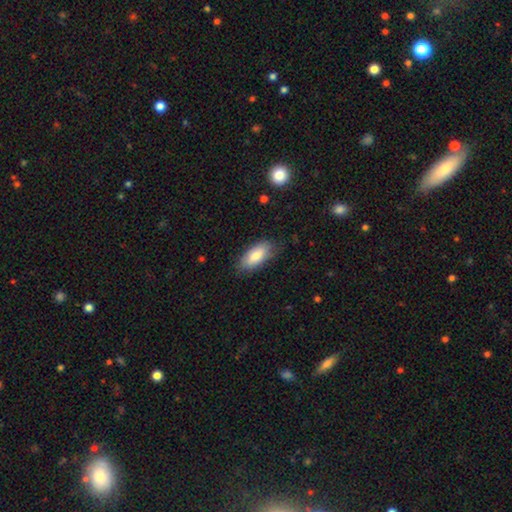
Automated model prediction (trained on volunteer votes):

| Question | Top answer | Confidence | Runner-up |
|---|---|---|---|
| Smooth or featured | smooth | 79% | featured or disk (15%) |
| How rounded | in between | 87% | cigar-shaped (11%) |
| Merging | none | 75% | minor disturbance (20%) |